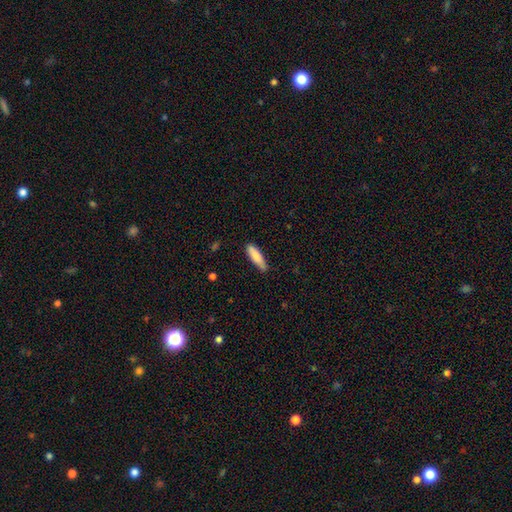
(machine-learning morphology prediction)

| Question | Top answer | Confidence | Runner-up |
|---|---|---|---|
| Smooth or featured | smooth | 84% | featured or disk (10%) |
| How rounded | cigar-shaped | 66% | in between (33%) |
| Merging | none | 75% | minor disturbance (21%) |